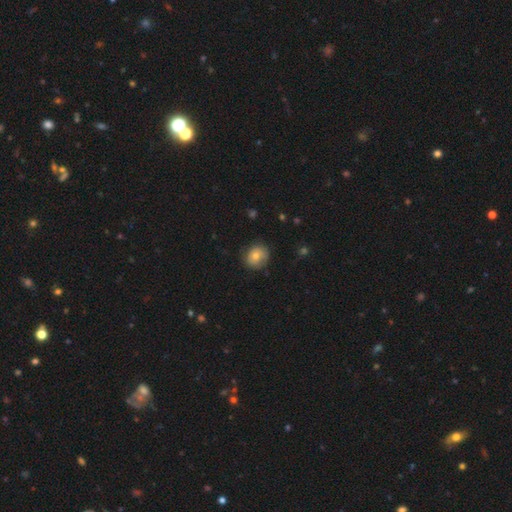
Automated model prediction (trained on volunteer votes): The model was most divided on "smooth or featured": smooth: 69%, featured or disk: 23%, star or artifact: 9%. More confident: how rounded — round (76%); merging — none (76%).